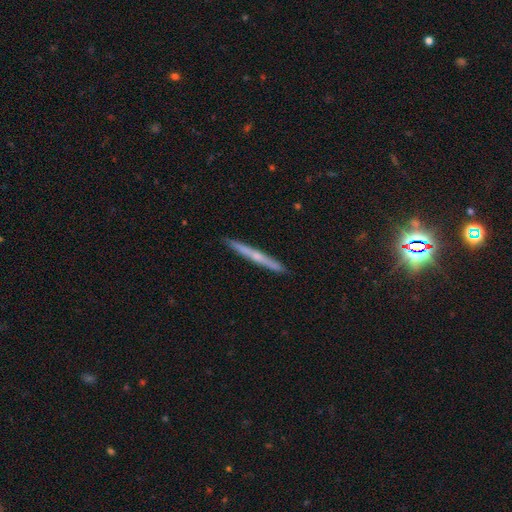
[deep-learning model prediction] Overall: featured or disk (59%; smooth 35%). Edge-on disk: yes (97%). Edge-on bulge: rounded (50%; none 46%). Merging: none (92%).